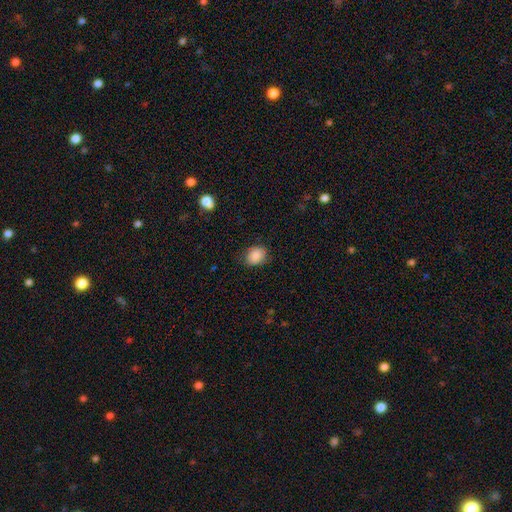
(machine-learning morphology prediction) Smooth or featured: smooth — 86% (star or artifact — 8%)
How rounded: round — 53% (in between — 46%)
Merging: none — 79% (minor disturbance — 16%)